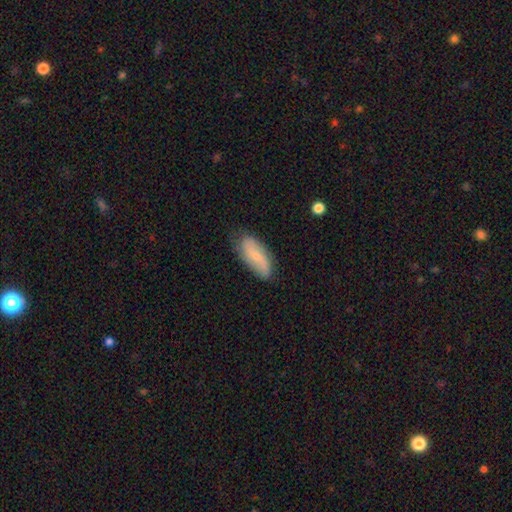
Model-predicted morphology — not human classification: smooth 48%, featured or disk 46%, star or artifact 6%. Down the decision tree: merging — none (76%).